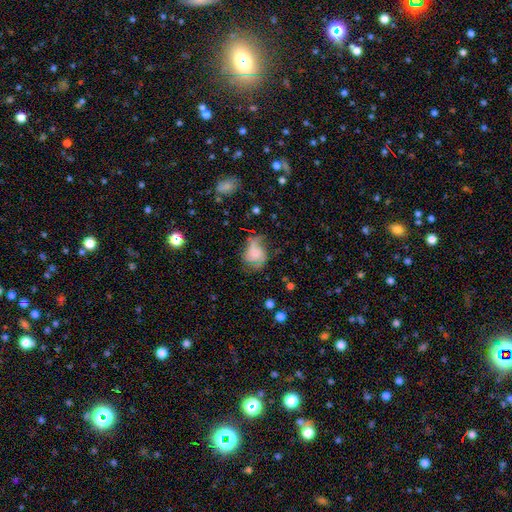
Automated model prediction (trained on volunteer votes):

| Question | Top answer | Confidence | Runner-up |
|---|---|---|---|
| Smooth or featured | smooth | 46% | featured or disk (44%) |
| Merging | none | 36% | major disturbance (33%) |